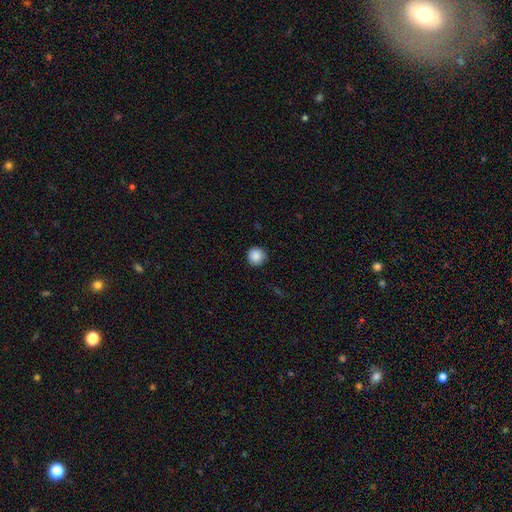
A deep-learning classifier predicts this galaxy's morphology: The model was most divided on "smooth or featured": smooth: 88%, star or artifact: 9%, featured or disk: 3%. More confident: how rounded — round (95%); merging — none (90%).